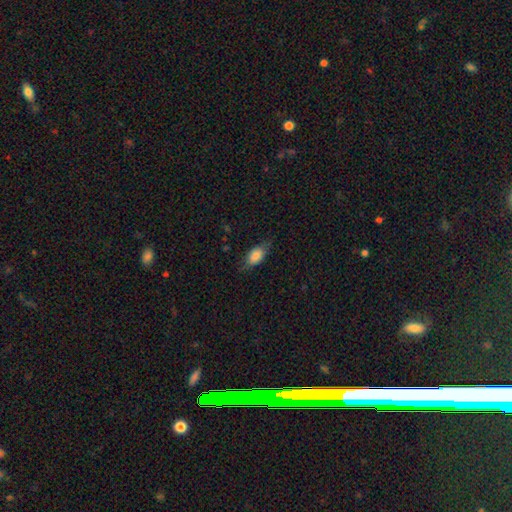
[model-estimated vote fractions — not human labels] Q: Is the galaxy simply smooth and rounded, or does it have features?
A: smooth — 77%.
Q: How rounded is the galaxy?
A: in between — 85%.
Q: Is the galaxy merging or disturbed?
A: none — 69%.